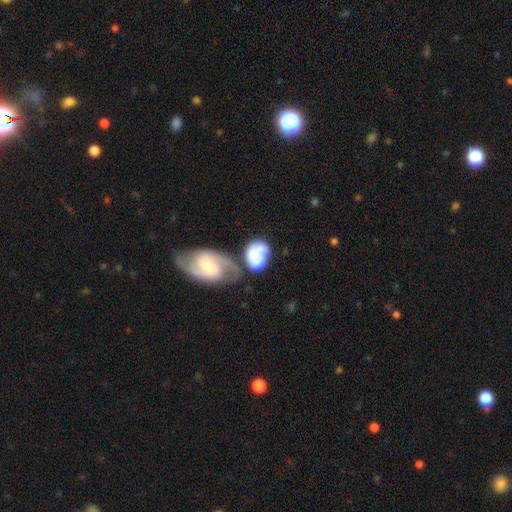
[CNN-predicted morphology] The model was most divided on "smooth or featured": smooth: 58%, featured or disk: 35%, star or artifact: 7%. Remaining: how rounded — in between (76%); merging — merger (47%).